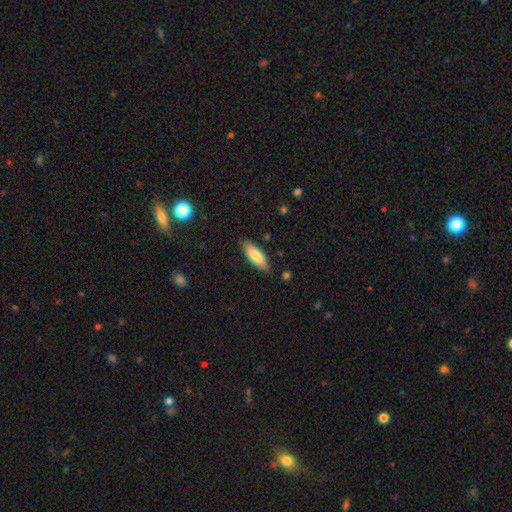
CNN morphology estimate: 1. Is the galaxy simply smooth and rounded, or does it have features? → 80% smooth, 14% featured or disk, 6% star or artifact.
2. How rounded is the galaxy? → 67% in between, 32% cigar-shaped, 2% round.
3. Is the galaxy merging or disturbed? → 85% none, 11% minor disturbance, 2% major disturbance, 1% merger.